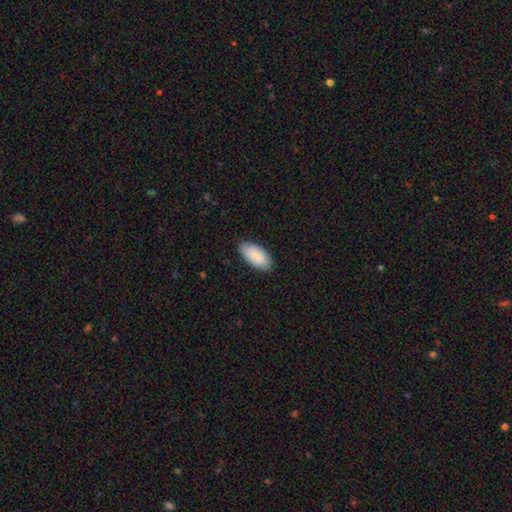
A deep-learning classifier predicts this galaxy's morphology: type=smooth (88%); roundness=in between (95%); merging=none (84%).